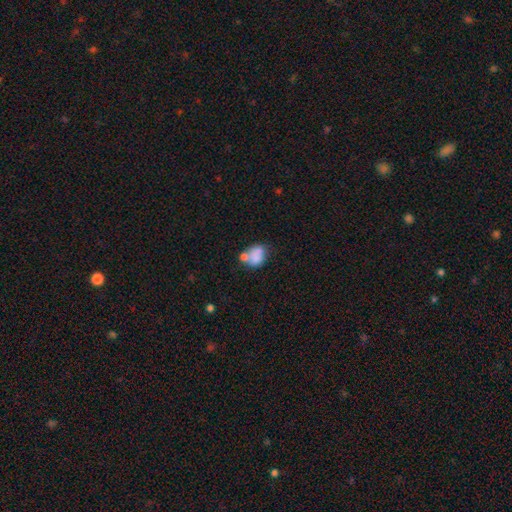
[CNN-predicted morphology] smooth_or_featured: smooth (p=0.71) [alt: featured or disk p=0.20]
how_rounded: in between (p=0.62) [alt: round p=0.36]
merging: merger (p=0.44) [alt: none p=0.30]